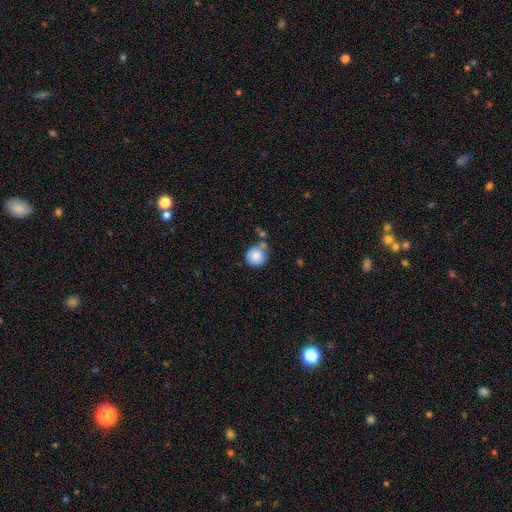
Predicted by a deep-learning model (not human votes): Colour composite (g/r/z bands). It shows a smooth galaxy with no disk features (84%) that is round (91%). Merging: none (54%).